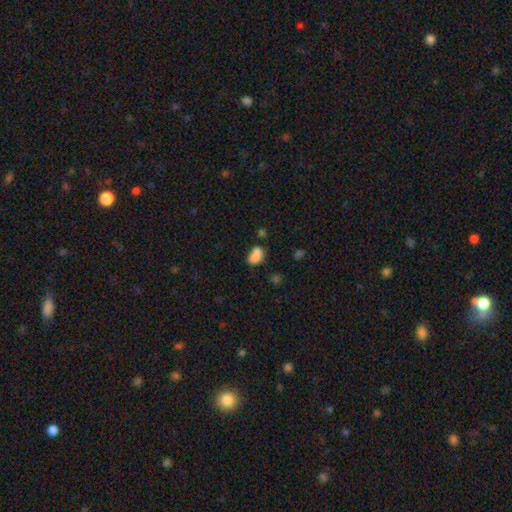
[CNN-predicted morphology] Smooth or featured? Predicted: smooth (p=0.79). How rounded? Predicted: in between (p=0.80). Merging? Predicted: none (p=0.37).